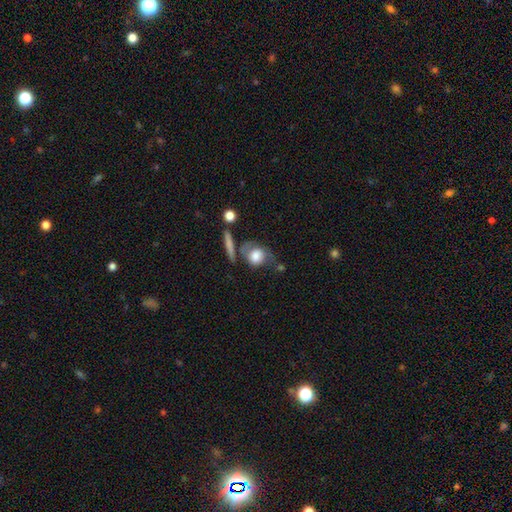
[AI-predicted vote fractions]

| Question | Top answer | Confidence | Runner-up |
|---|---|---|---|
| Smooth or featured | smooth | 63% | featured or disk (29%) |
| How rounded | round | 62% | in between (35%) |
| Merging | none | 44% | minor disturbance (23%) |